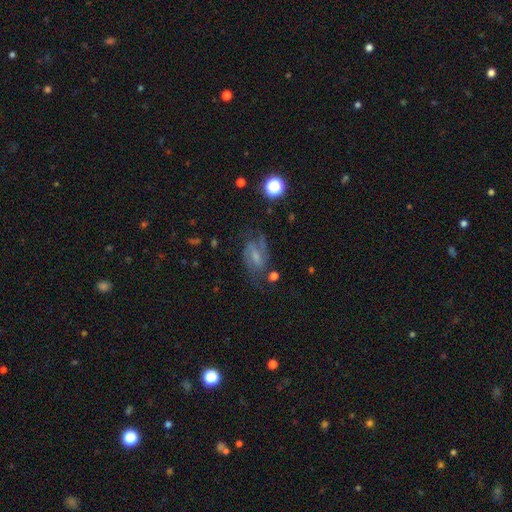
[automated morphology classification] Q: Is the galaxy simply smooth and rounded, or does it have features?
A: featured or disk — 69%.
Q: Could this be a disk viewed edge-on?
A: no — 95%.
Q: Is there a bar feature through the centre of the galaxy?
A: weak — 52%.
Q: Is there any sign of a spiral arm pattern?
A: yes — 89%.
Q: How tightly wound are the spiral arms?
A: medium — 50%.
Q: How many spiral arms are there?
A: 2 — 72%.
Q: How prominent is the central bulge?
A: small — 45%.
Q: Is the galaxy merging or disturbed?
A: none — 58%.